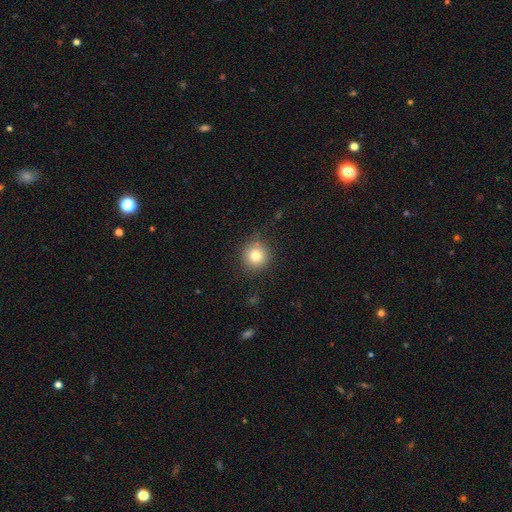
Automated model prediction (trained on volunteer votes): Q: Smooth or featured?
A: smooth (81%); runner-up: star or artifact (11%)
Q: How rounded?
A: round (93%); runner-up: in between (6%)
Q: Merging?
A: none (86%); runner-up: minor disturbance (10%)